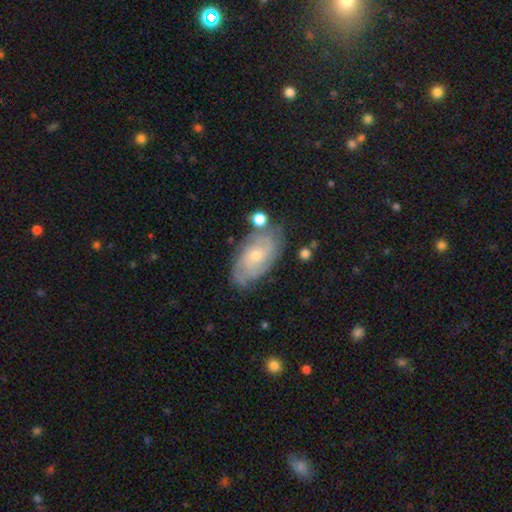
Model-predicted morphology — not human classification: Overall: featured or disk (71%). Edge-on disk: no (94%). Bar: no (73%). Spiral arms: yes (89%). Spiral arm count: can't tell (44%; 2 22%). Spiral winding: tight (61%; medium 29%). Bulge size: small (63%; moderate 33%). Merging: none (71%).